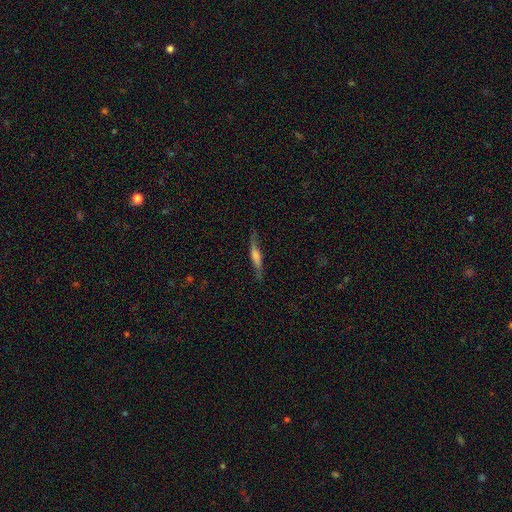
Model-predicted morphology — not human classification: The model was most divided on "edge-on bulge": rounded: 60%, boxy: 24%, none: 16%. More confident: edge-on disk — yes (88%); merging — none (79%); smooth or featured — featured or disk (65%).